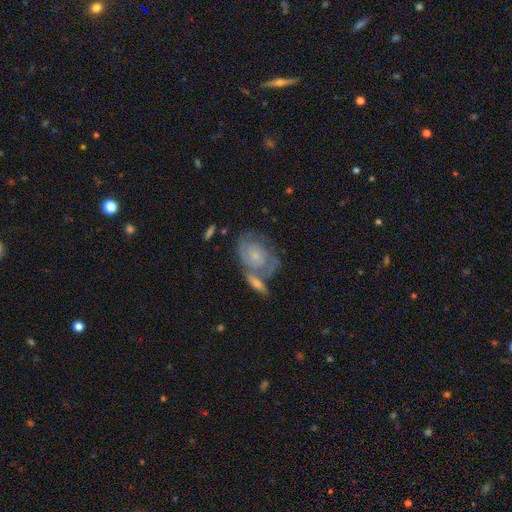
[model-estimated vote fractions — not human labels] Morphology: type=featured or disk (65%); edge-on=no (96%); bar=no (77%); spiral arms=yes (83%); winding=tight (55%); arm count=2 (42%); bulge=small (63%); merging=none (40%).